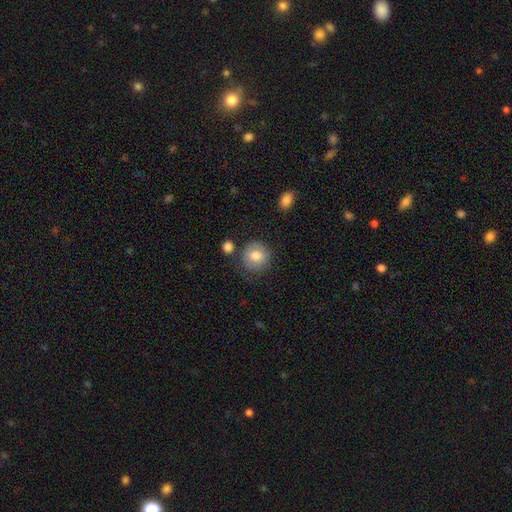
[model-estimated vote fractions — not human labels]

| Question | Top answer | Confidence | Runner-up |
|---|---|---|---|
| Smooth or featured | smooth | 79% | featured or disk (13%) |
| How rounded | round | 88% | in between (11%) |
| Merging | none | 75% | minor disturbance (15%) |